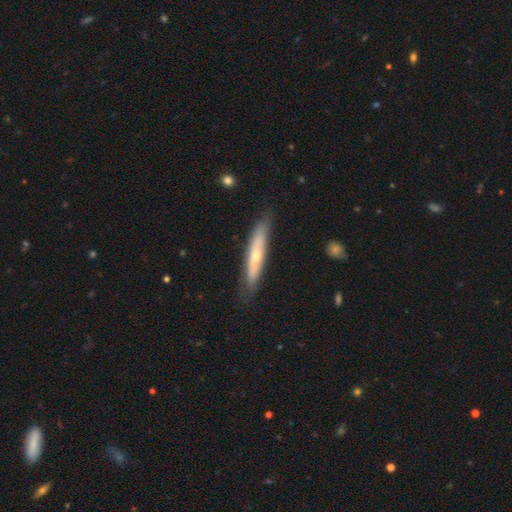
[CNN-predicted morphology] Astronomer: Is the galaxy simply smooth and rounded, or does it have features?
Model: featured or disk — 49% (runner-up: smooth, 45%).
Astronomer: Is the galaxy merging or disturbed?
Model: none — 80%.